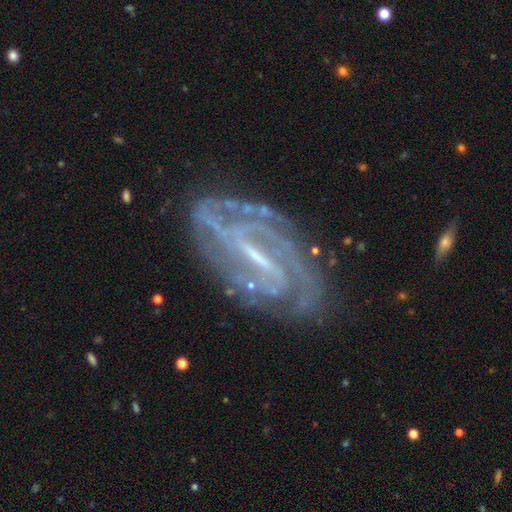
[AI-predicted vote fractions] A featured or disk galaxy (87%) with a strong bar (56%), tight (63%) spiral arms (95%) and a small central bulge (59%).

Vote fractions:
- Smooth or featured? featured or disk: 87% / star or artifact: 7% / smooth: 6%
- Edge-on disk? no: 94% / yes: 6%
- Bar? strong: 56% / weak: 33% / no: 11%
- Spiral arms? yes: 95% / no: 5%
- Spiral winding? tight: 63% / medium: 30% / loose: 7%
- Spiral arm count? can't tell: 29% / 2: 25% / 3: 19% / 4: 13% / more than 4: 8% / 1: 7%
- Bulge size? small: 59% / moderate: 21% / none: 18% / large: 2% / dominant: 1%
- Merging? none: 74% / minor disturbance: 17% / major disturbance: 7% / merger: 2%